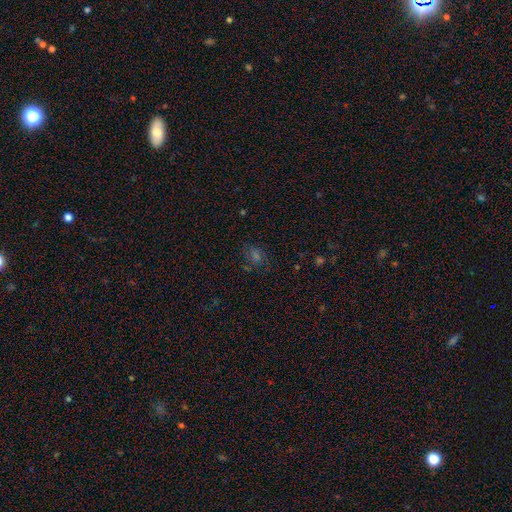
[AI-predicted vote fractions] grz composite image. It shows a smooth galaxy with no disk features (44%). Merging: none (74%).